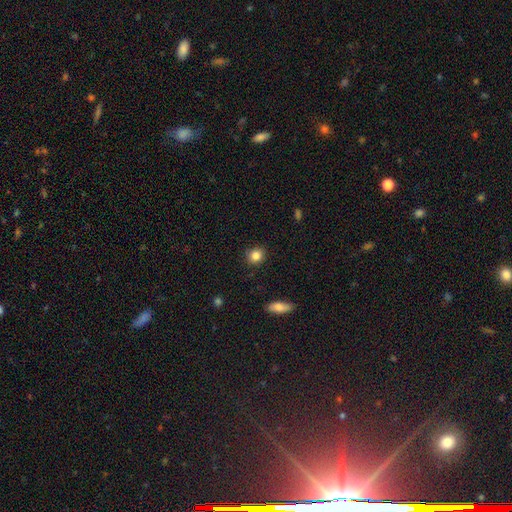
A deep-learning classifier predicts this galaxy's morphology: A smooth galaxy with no disk features (85%) that is round (81%). Merging: none (88%).